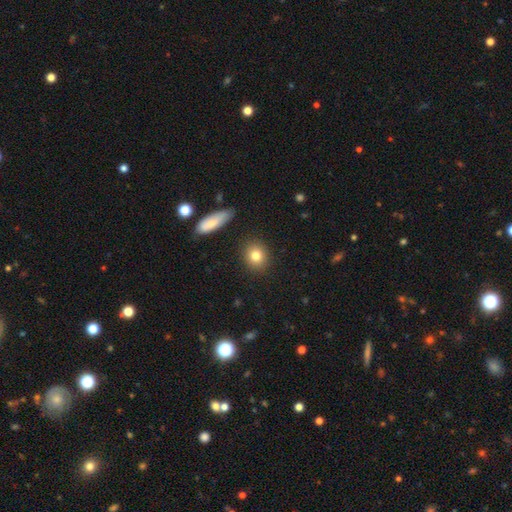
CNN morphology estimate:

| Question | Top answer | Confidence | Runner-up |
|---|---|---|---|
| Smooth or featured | smooth | 81% | star or artifact (9%) |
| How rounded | round | 74% | in between (24%) |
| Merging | none | 89% | minor disturbance (7%) |